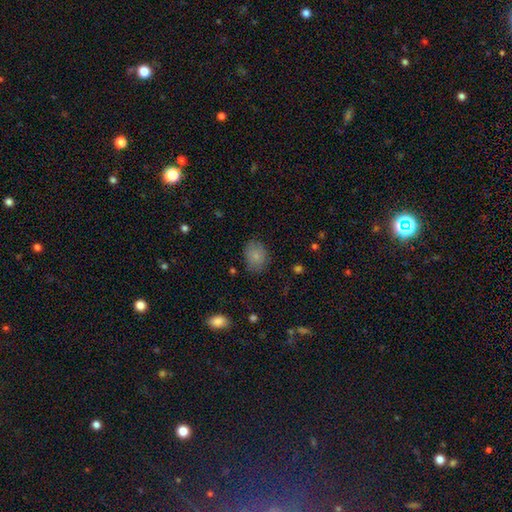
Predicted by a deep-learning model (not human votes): Morphology: type=smooth (80%); roundness=in between (62%); merging=none (75%).